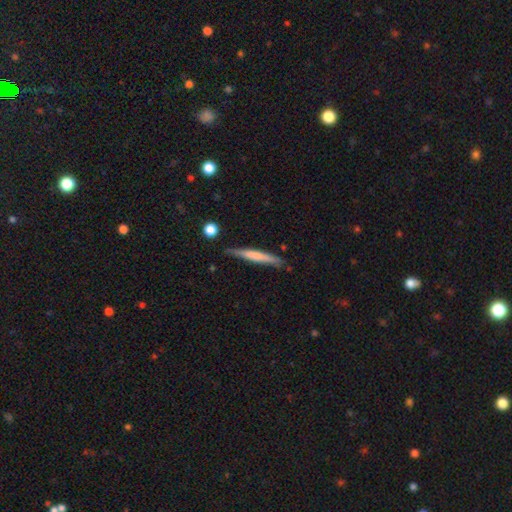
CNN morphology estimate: smooth 56%, featured or disk 39%, star or artifact 6%. Down the decision tree: how rounded — cigar-shaped (95%); merging — none (81%).